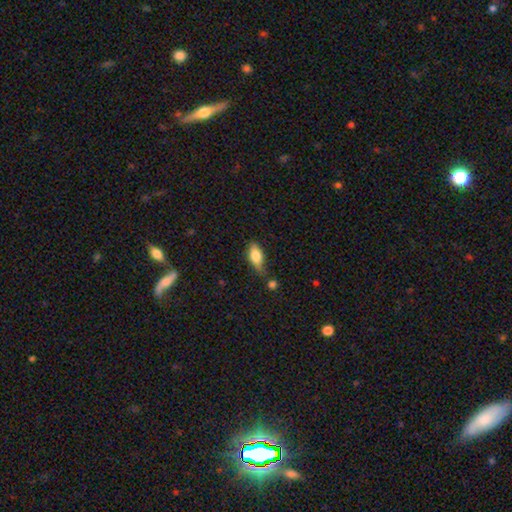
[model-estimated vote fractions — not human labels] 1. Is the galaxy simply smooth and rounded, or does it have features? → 75% smooth, 17% featured or disk, 7% star or artifact.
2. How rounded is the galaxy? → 82% in between, 14% cigar-shaped, 4% round.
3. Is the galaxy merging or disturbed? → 56% none, 27% minor disturbance, 10% merger, 7% major disturbance.